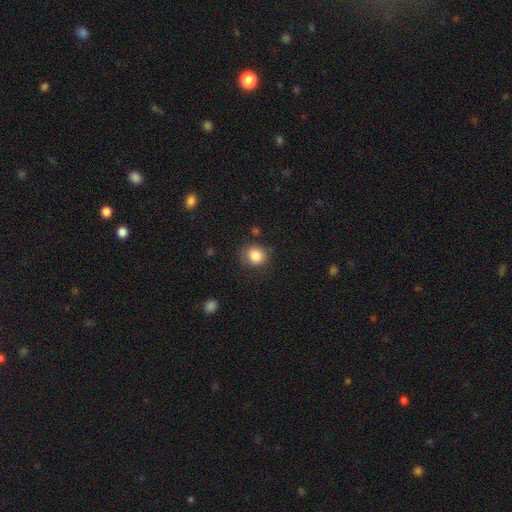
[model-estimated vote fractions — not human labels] smooth_or_featured: smooth (p=0.85) [alt: star or artifact p=0.10]
how_rounded: round (p=0.85) [alt: in between p=0.14]
merging: none (p=0.81) [alt: minor disturbance p=0.13]